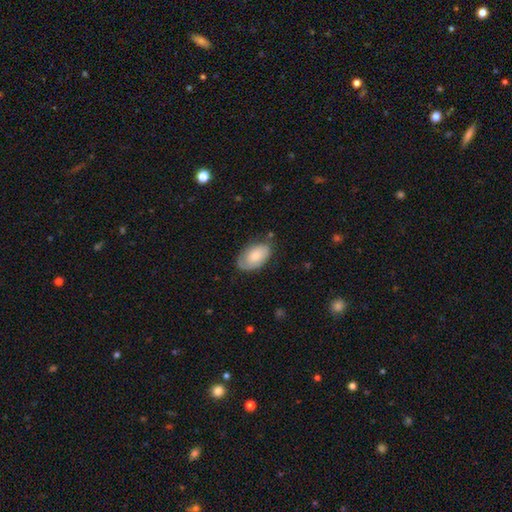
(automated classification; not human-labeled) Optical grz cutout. It shows a smooth galaxy with no disk features (70%) that is in between round and cigar-shaped (93%). Merging: none (67%).